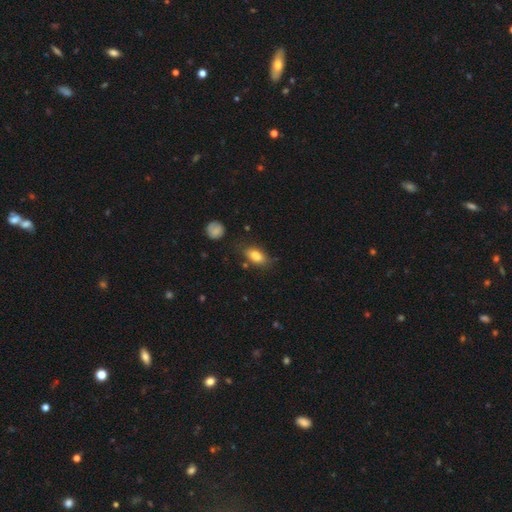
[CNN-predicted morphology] Smooth or featured? smooth (82%)
How rounded? in between (86%)
Merging? none (75%)